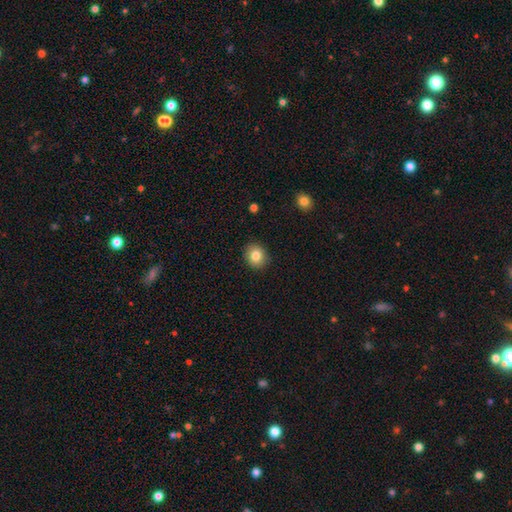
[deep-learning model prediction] smooth-or-featured: smooth: 83% | star or artifact: 9% | featured or disk: 8%
  how-rounded: round: 70% | in between: 29% | cigar-shaped: 1%
  merging: none: 90% | minor disturbance: 7% | major disturbance: 2% | merger: 1%